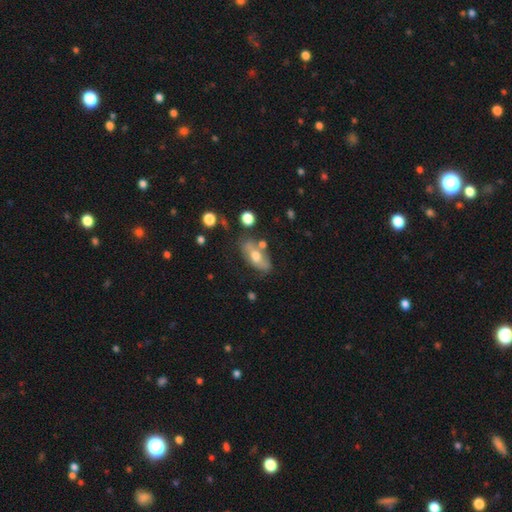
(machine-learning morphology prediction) Smooth or featured? smooth (52%)
How rounded? in between (79%)
Merging? none (63%)